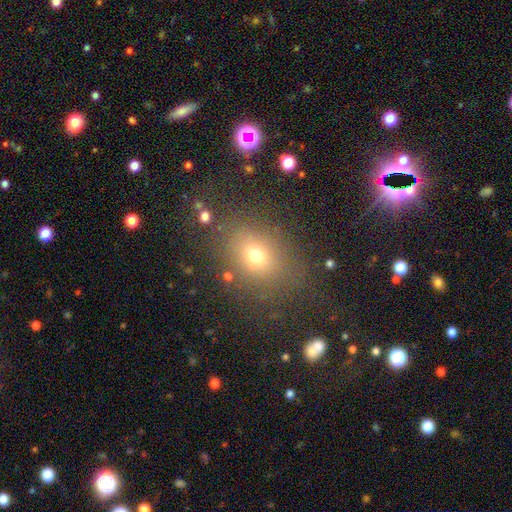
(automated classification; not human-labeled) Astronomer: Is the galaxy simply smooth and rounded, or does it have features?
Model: smooth — 68%.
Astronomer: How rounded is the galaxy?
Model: round — 50% (runner-up: in between, 49%).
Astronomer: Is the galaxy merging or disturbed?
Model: none — 78%.